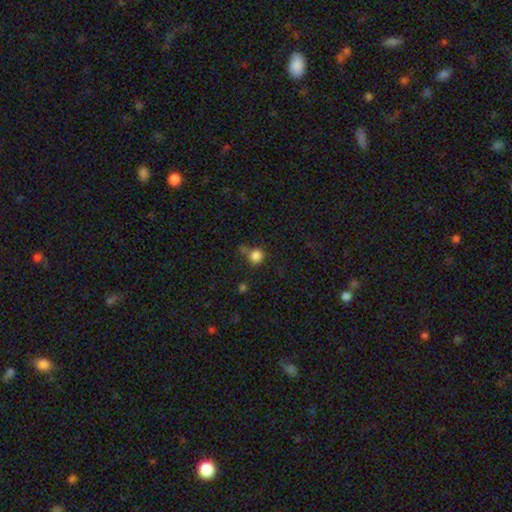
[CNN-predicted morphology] smooth 83%, star or artifact 12%, featured or disk 5%. Down the decision tree: how rounded — round (90%); merging — none (65%).